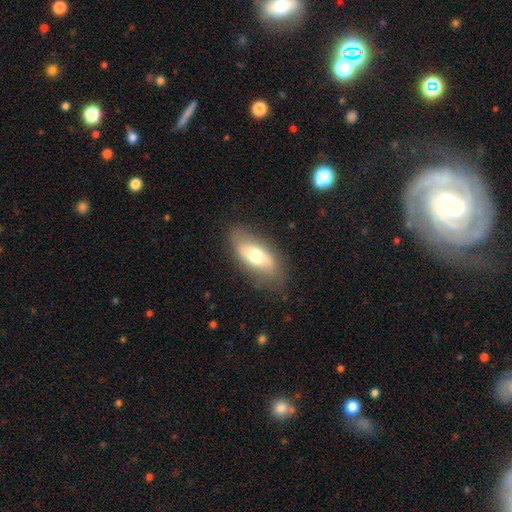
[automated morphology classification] Smooth or featured? Predicted: smooth (p=0.59). How rounded? Predicted: in between (p=0.82). Merging? Predicted: none (p=0.76).